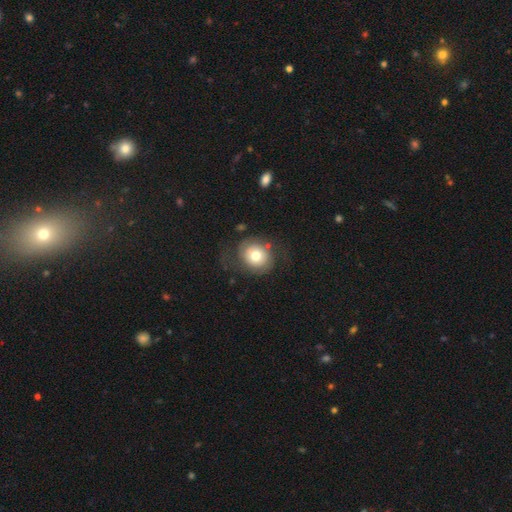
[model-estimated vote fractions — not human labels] This is possibly a smooth galaxy (56%). How rounded: likely round (73%). Merging: likely none (64%).